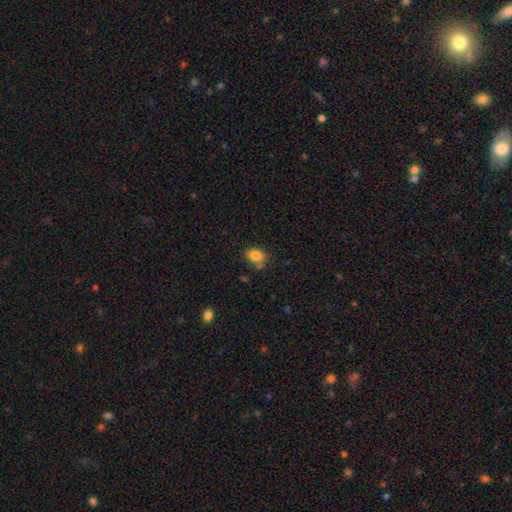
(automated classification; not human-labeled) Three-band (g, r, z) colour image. It shows a smooth galaxy with no disk features (83%) that is in between round and cigar-shaped (78%). Merging: none (69%).